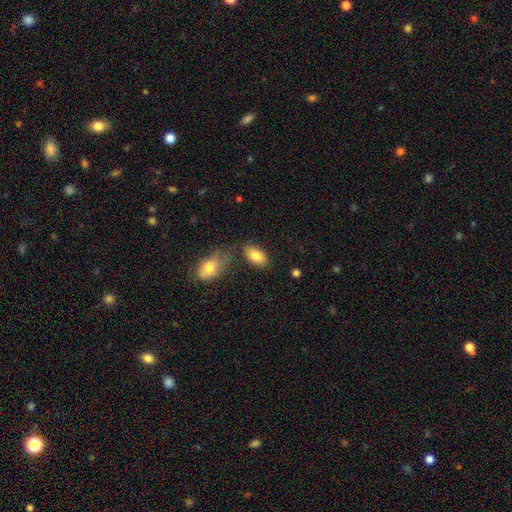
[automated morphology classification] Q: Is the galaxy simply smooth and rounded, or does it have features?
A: smooth — 83%.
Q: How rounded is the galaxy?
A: in between — 92%.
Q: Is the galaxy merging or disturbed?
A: none — 69%.